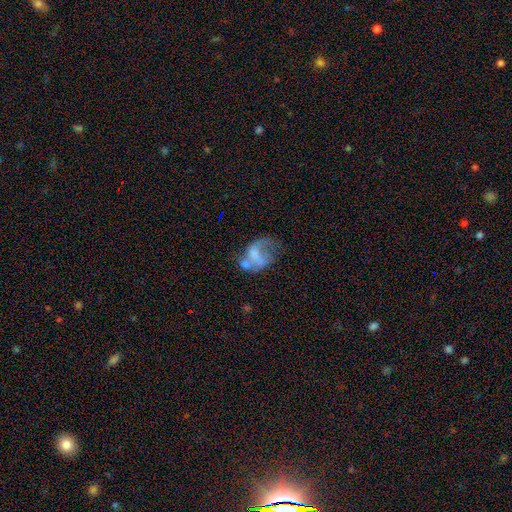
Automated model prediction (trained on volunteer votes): featured or disk 49%, smooth 40%, star or artifact 11%. Down the decision tree: merging — major disturbance (41%).